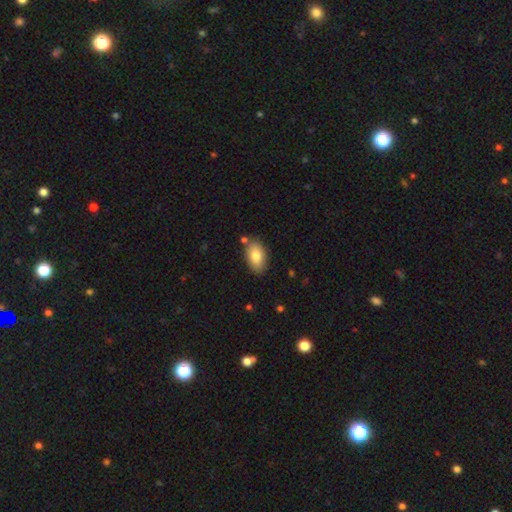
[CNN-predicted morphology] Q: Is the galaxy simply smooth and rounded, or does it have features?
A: smooth — 81%.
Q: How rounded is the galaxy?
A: in between — 93%.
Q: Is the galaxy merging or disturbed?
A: none — 79%.